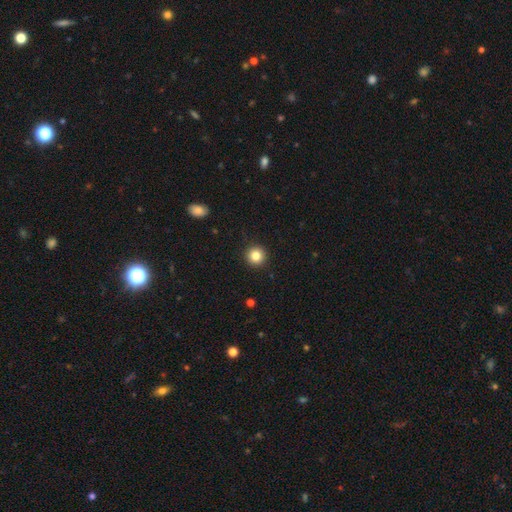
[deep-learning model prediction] Q: Smooth or featured?
A: smooth (84%); runner-up: star or artifact (11%)
Q: How rounded?
A: round (95%); runner-up: in between (4%)
Q: Merging?
A: none (93%); runner-up: minor disturbance (5%)